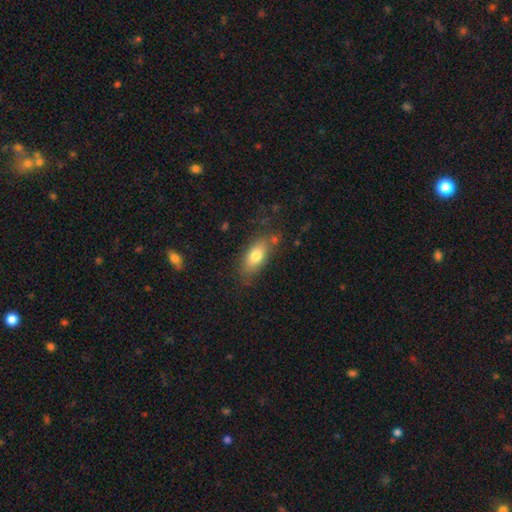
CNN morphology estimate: smooth_or_featured: smooth (p=0.76) [alt: featured or disk p=0.16]
how_rounded: in between (p=0.82) [alt: cigar-shaped p=0.13]
merging: none (p=0.73) [alt: minor disturbance p=0.18]